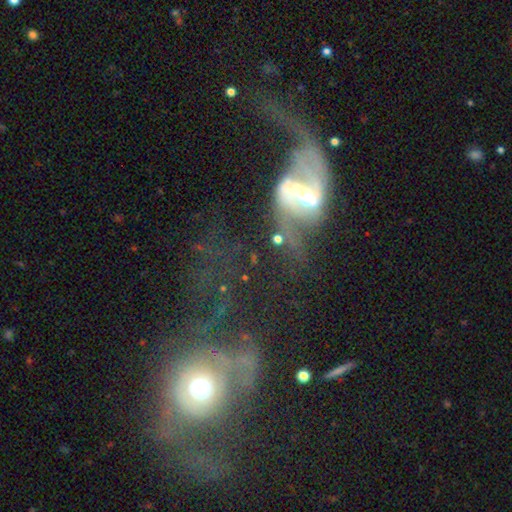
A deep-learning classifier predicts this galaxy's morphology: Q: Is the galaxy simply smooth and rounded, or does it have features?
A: featured or disk — 73%.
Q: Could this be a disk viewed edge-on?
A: no — 93%.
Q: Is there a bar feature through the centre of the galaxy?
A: strong — 37%.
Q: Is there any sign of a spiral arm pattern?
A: yes — 76%.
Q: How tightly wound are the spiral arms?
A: loose — 69%.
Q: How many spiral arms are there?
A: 2 — 67%.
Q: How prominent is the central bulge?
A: moderate — 45%.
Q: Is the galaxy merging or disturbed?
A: major disturbance — 38%.